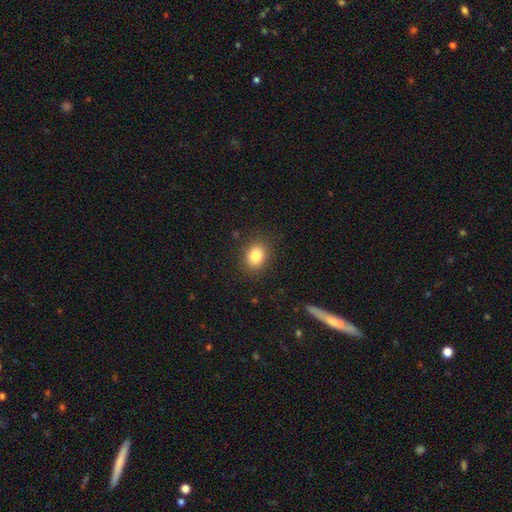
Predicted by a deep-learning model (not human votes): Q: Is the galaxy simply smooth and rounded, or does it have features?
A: smooth — 83%.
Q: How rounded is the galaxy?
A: in between — 50%.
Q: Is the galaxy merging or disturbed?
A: none — 87%.